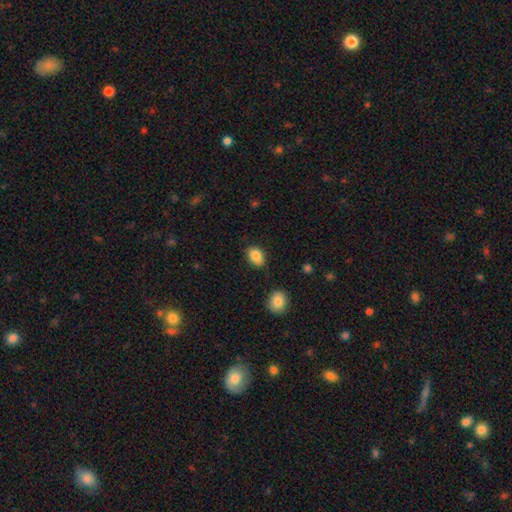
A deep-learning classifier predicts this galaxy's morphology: Smooth or featured? smooth (87%)
How rounded? in between (79%)
Merging? none (82%)